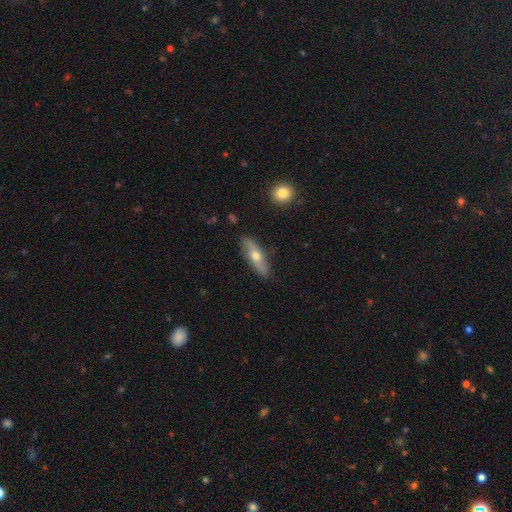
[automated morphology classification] Smooth or featured?
  - smooth: 48% *
  - featured or disk: 46%
  - star or artifact: 6%
Merging?
  - none: 84% *
  - minor disturbance: 12%
  - major disturbance: 2%
  - merger: 1%